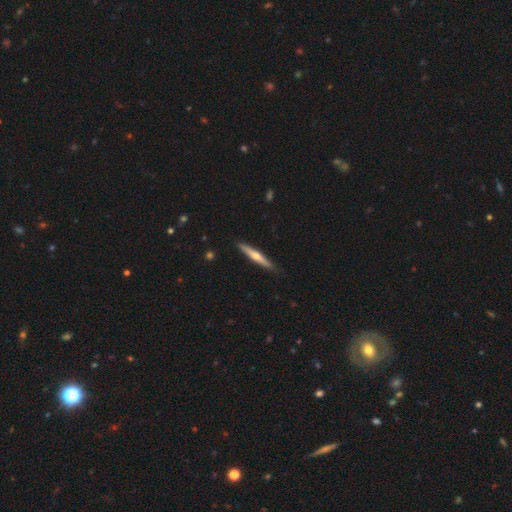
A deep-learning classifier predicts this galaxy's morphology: Smooth or featured: featured or disk — 55% (smooth — 40%)
Edge-on disk: yes — 96% (no — 4%)
Edge-on bulge: rounded — 86% (none — 11%)
Merging: none — 88% (minor disturbance — 9%)